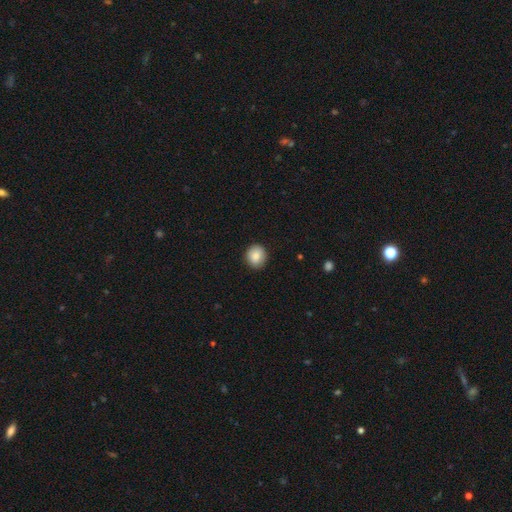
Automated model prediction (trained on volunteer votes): Smooth or featured? smooth (87%)
How rounded? round (83%)
Merging? none (89%)